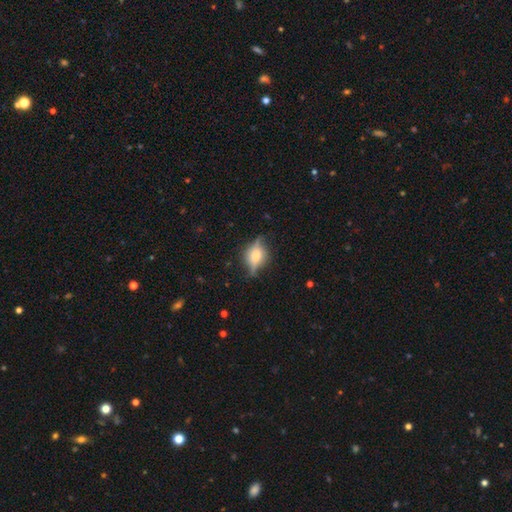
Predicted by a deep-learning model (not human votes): A featured or disk galaxy (58%) viewed edge-on (87%) with a rounded central bulge (91%). Merging: none (71%).